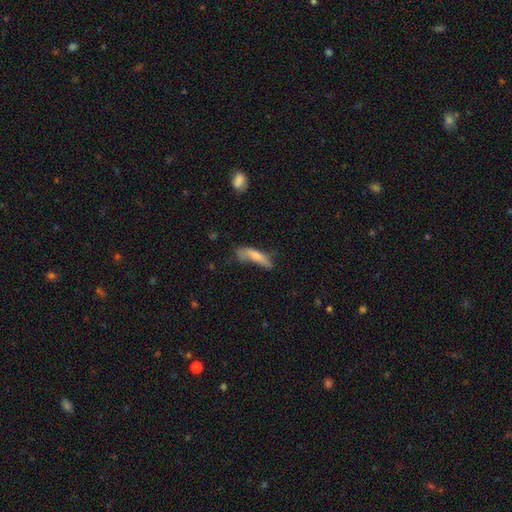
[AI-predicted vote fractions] Morphology: type=smooth (66%); roundness=cigar-shaped (68%); merging=none (40%).